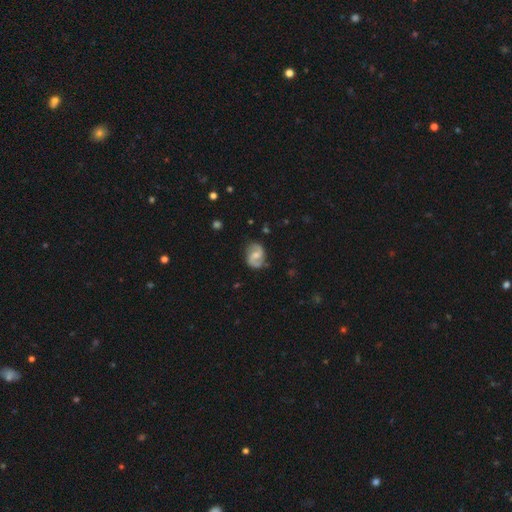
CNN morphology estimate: This appears to be a featured or disk galaxy (79%) with a weak bar (50%), 2 (91%) medium (49%) spiral arms (95%) and a moderate central bulge (54%). Merging: none (78%).